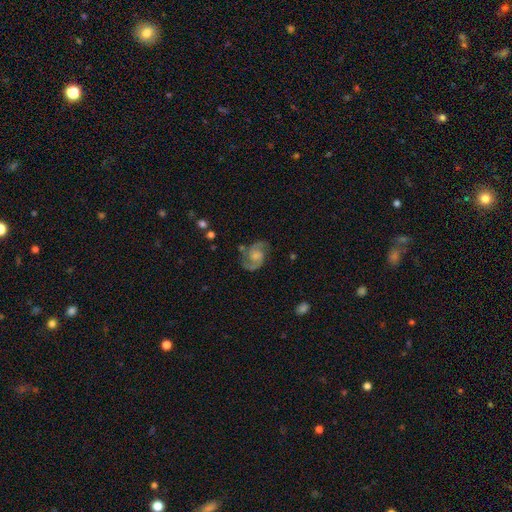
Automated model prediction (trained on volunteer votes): Smooth or featured?
  - featured or disk: 85% *
  - smooth: 9%
  - star or artifact: 6%
Edge-on disk?
  - no: 98% *
  - yes: 2%
Bar?
  - no: 58% *
  - weak: 36%
  - strong: 6%
Spiral arms?
  - yes: 97% *
  - no: 3%
Spiral winding?
  - medium: 57% *
  - loose: 25%
  - tight: 18%
Spiral arm count?
  - 2: 92% *
  - can't tell: 3%
  - 1: 2%
  - 3: 1%
  - 4: 1%
  - more than 4: 1%
Bulge size?
  - small: 32% * (tied)
  - moderate: 32% * (tied)
  - none: 26%
  - large: 8%
  - dominant: 2%
Merging?
  - none: 75% *
  - minor disturbance: 16%
  - major disturbance: 7%
  - merger: 3%